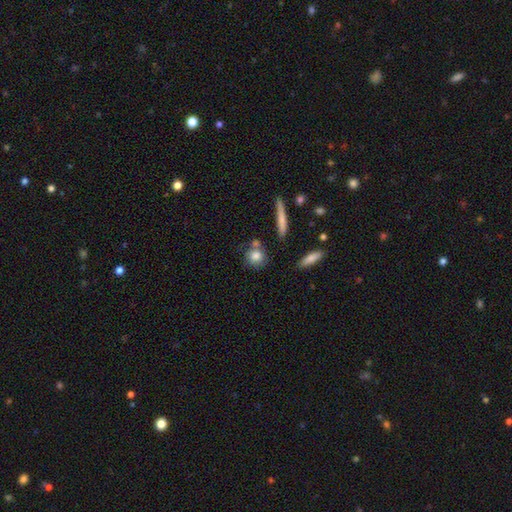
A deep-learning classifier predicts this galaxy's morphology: This is likely a smooth galaxy (80%). How rounded: likely round (76%). Merging: likely none (63%).